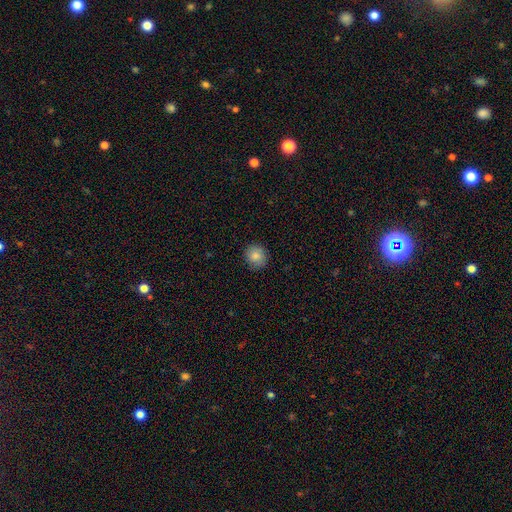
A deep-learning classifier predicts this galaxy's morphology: Smooth or featured? smooth (86%)
How rounded? round (90%)
Merging? none (89%)